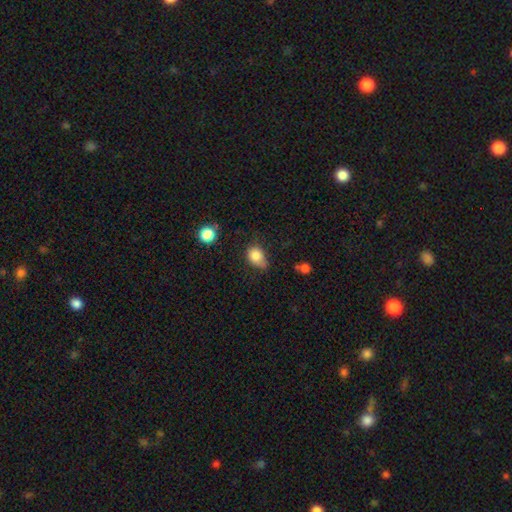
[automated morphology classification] smooth_or_featured: smooth (p=0.82) [alt: star or artifact p=0.10]
how_rounded: in between (p=0.57) [alt: round p=0.41]
merging: minor disturbance (p=0.44) [alt: none p=0.39]